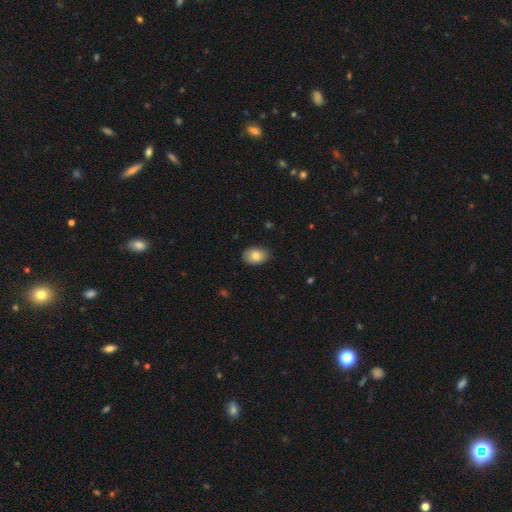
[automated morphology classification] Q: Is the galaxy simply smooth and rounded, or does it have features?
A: smooth — 83%.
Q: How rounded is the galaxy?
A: in between — 82%.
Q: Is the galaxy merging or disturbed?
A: none — 83%.